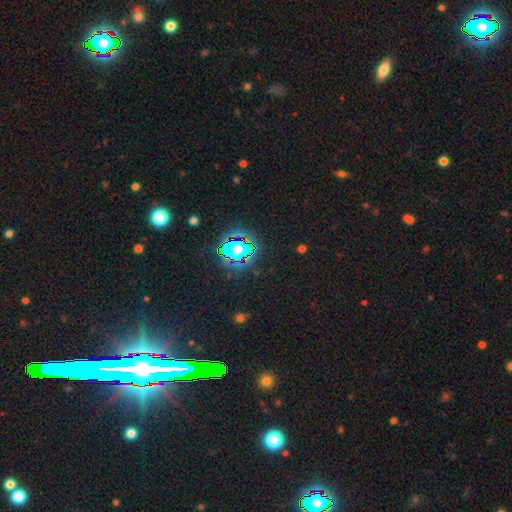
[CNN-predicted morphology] type=star or artifact (81%).